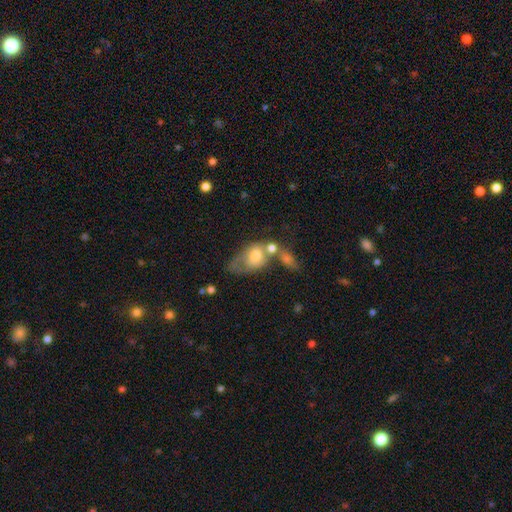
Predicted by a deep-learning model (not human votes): Overall: smooth (59%; featured or disk 33%). How rounded: in between (81%). Merging: merger (46%; major disturbance 21%).